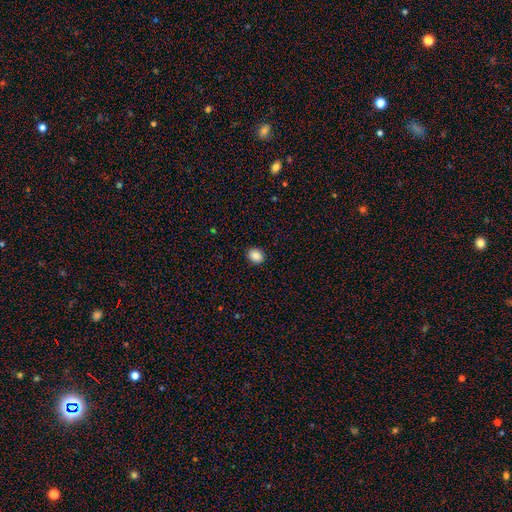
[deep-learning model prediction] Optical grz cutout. It shows a smooth galaxy with no disk features (88%) that is round (55%). Merging: none (90%).